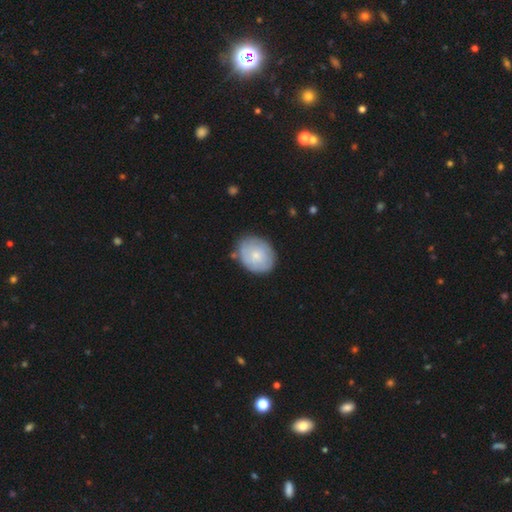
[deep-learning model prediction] Q: Smooth or featured?
A: smooth (50%); runner-up: featured or disk (43%)
Q: How rounded?
A: round (54%); runner-up: in between (45%)
Q: Merging?
A: none (76%); runner-up: minor disturbance (17%)